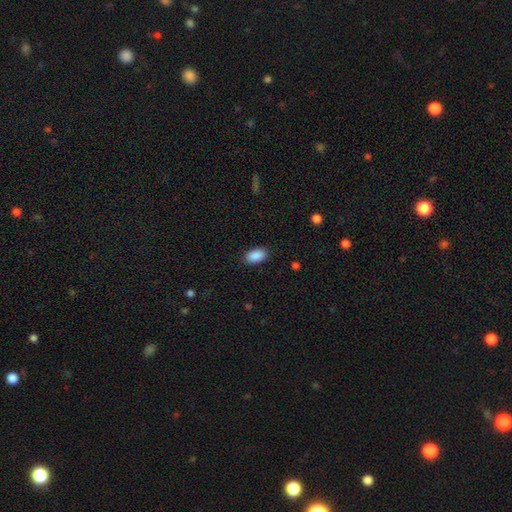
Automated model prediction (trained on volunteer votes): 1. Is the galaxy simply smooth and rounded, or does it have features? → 90% smooth, 7% star or artifact, 3% featured or disk.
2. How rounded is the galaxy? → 93% in between, 5% round, 2% cigar-shaped.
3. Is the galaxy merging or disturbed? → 88% none, 9% minor disturbance, 2% major disturbance, 1% merger.